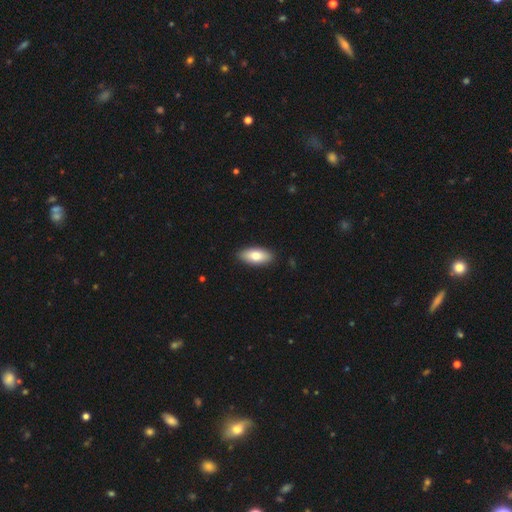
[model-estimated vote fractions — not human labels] Morphology: type=smooth (80%); roundness=in between (87%); merging=none (90%).